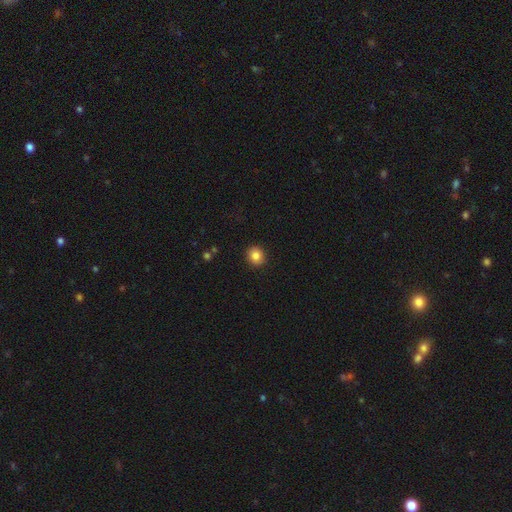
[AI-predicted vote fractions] Smooth or featured: smooth — 84% (star or artifact — 10%)
How rounded: round — 86% (in between — 13%)
Merging: none — 92% (minor disturbance — 5%)